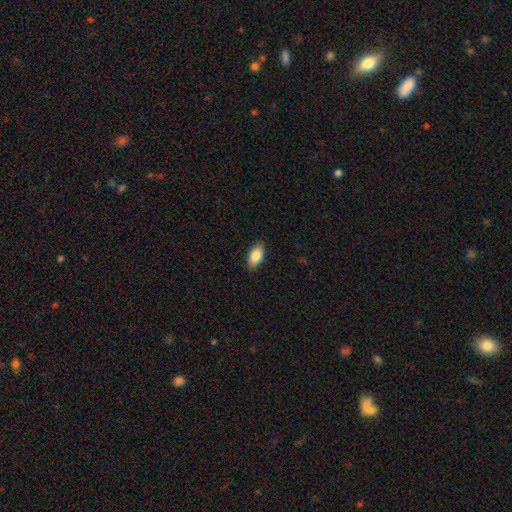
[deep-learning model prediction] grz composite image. It shows a smooth galaxy with no disk features (86%) that is in between round and cigar-shaped (92%). Merging: none (89%).